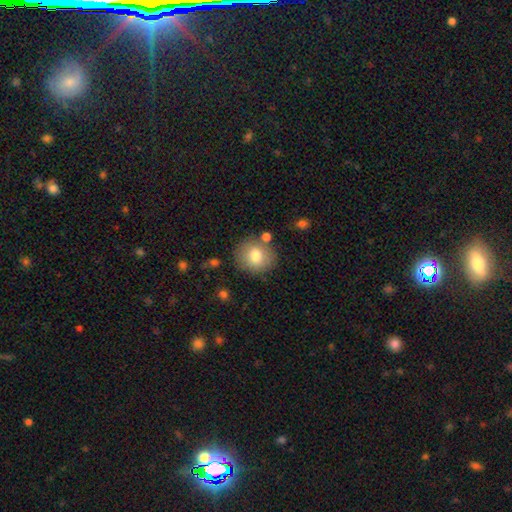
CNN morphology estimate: smooth 77%, featured or disk 14%, star or artifact 10%. Down the decision tree: how rounded — round (86%); merging — none (80%).